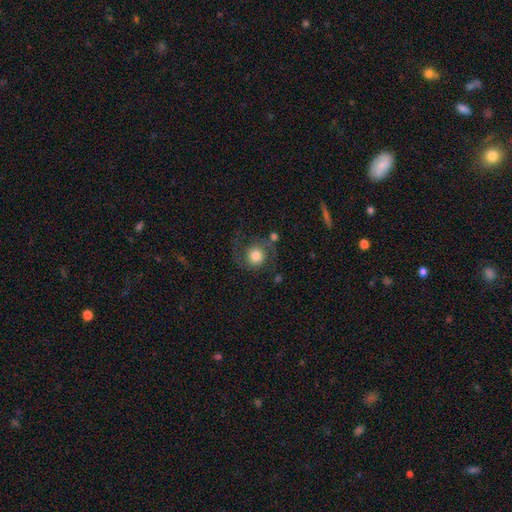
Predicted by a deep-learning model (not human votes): featured or disk 54%, smooth 38%, star or artifact 9%. Down the decision tree: edge-on disk — no (97%); bar — no (80%); spiral arms — yes (89%); bulge size — large (41%); merging — none (63%).